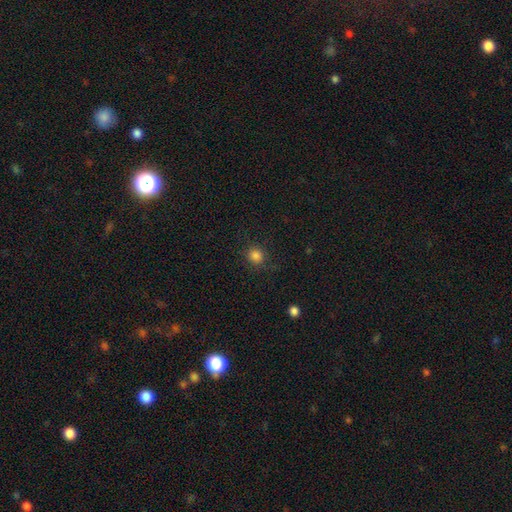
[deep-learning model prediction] Smooth or featured? smooth (84%)
How rounded? round (87%)
Merging? none (85%)